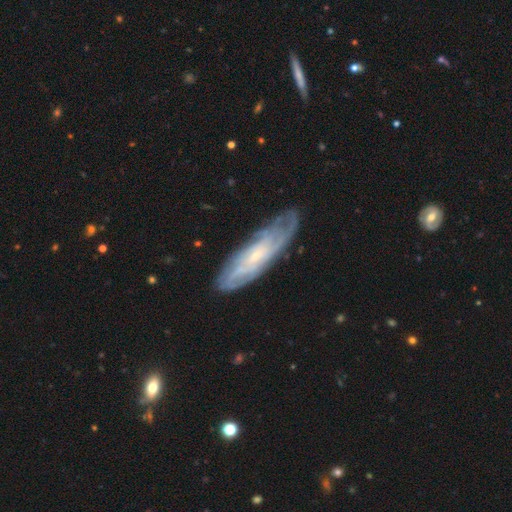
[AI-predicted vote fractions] A featured or disk galaxy (73%) with no bar (68%), spiral arms (89%) and a small central bulge (74%).

Vote fractions:
- Smooth or featured? featured or disk: 73% / smooth: 21% / star or artifact: 6%
- Edge-on disk? no: 75% / yes: 25%
- Bar? no: 68% / weak: 26% / strong: 6%
- Spiral arms? yes: 89% / no: 11%
- Bulge size? small: 74% / moderate: 19% / none: 4% / large: 2% / dominant: 1%
- Merging? none: 72% / minor disturbance: 20% / major disturbance: 6% / merger: 2%